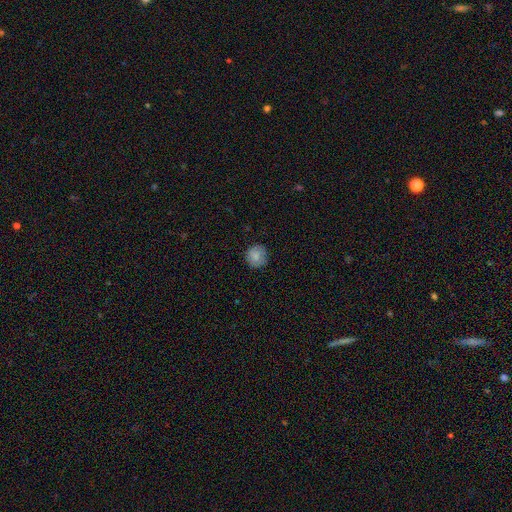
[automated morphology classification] Q: Smooth or featured?
A: smooth (82%); runner-up: featured or disk (10%)
Q: How rounded?
A: round (91%); runner-up: in between (8%)
Q: Merging?
A: none (85%); runner-up: minor disturbance (12%)